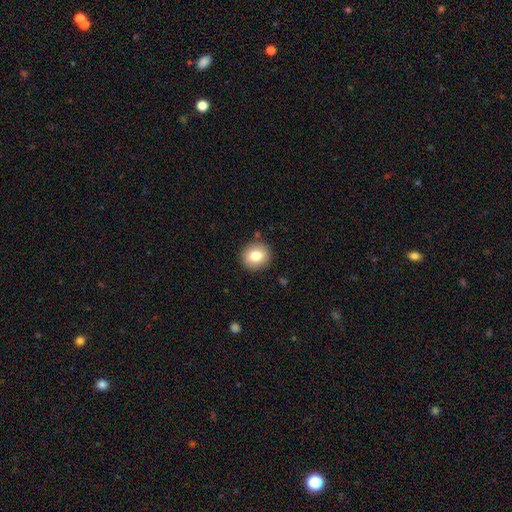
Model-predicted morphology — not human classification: The model was most divided on "smooth or featured": smooth: 80%, featured or disk: 11%, star or artifact: 9%. More confident: merging — none (89%); how rounded — round (88%).